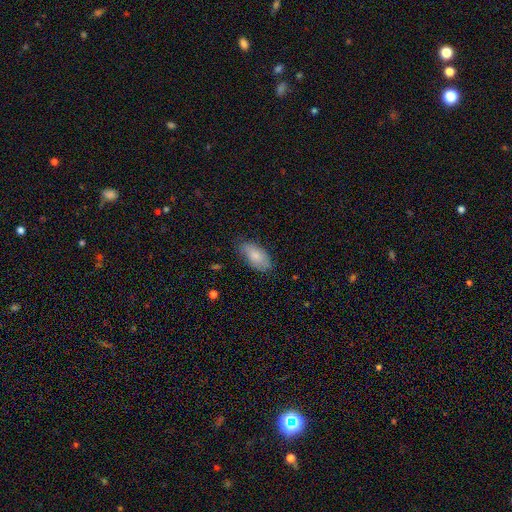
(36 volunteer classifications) smooth-or-featured: smooth: 86% | featured or disk: 8% | star or artifact: 6%
  how-rounded: in between: 87% | cigar-shaped: 13% | round: 0%
  merging: none: 82% | minor disturbance: 15% | major disturbance: 3% | merger: 0%